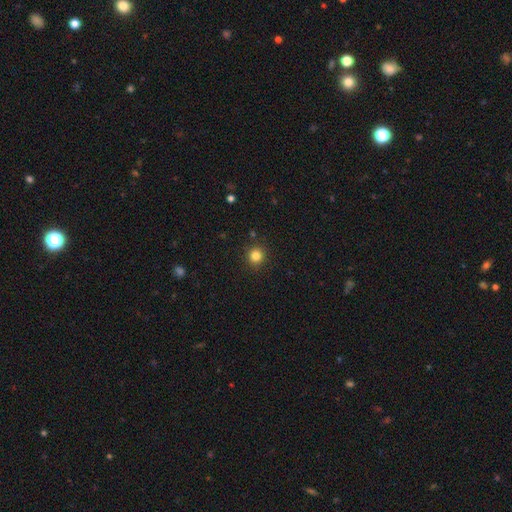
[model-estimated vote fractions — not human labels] Overall: smooth (83%). How rounded: round (92%). Merging: none (91%).